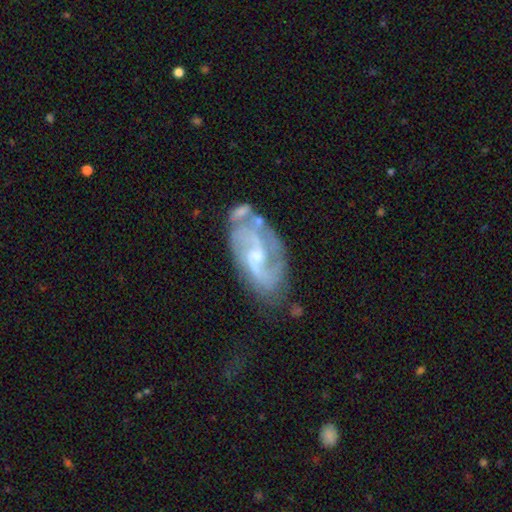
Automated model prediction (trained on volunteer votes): smooth_or_featured: featured or disk (p=0.83) [alt: smooth p=0.11]
disk_edge_on: no (p=0.95) [alt: yes p=0.05]
bar: weak (p=0.46) [alt: no p=0.44]
has_spiral_arms: yes (p=0.93) [alt: no p=0.07]
spiral_winding: medium (p=0.47) [alt: tight p=0.30]
spiral_arm_count: 2 (p=0.64) [alt: can't tell p=0.17]
bulge_size: small (p=0.50) [alt: moderate p=0.43]
merging: none (p=0.53) [alt: minor disturbance p=0.23]